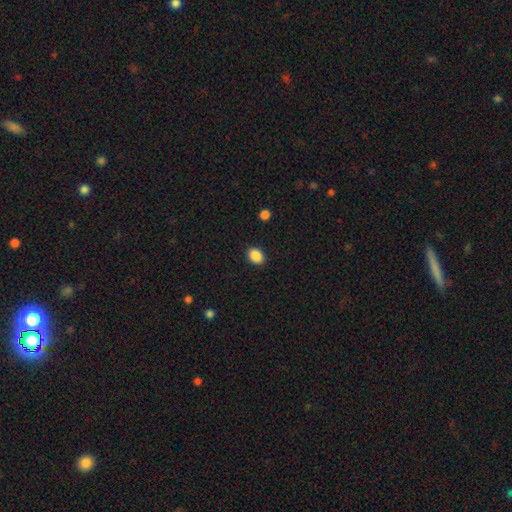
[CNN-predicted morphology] A smooth galaxy with no disk features (89%) that is in between round and cigar-shaped (69%).

Vote fractions:
- Smooth or featured? smooth: 89% / star or artifact: 8% / featured or disk: 3%
- How rounded? in between: 69% / round: 30% / cigar-shaped: 1%
- Merging? none: 89% / minor disturbance: 8% / major disturbance: 2% / merger: 1%